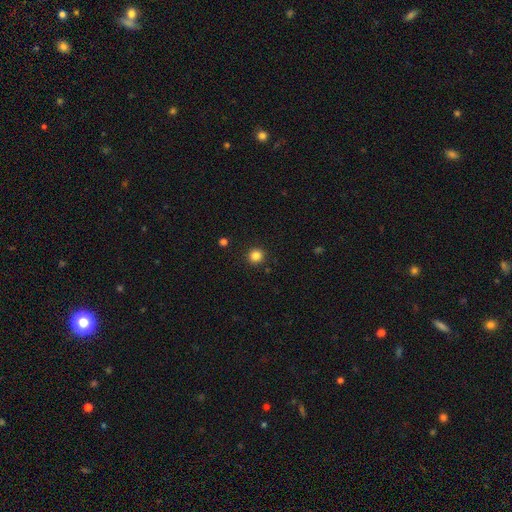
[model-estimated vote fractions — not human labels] Smooth or featured?
  - smooth: 83% *
  - star or artifact: 12%
  - featured or disk: 4%
How rounded?
  - round: 94% *
  - in between: 5%
  - cigar-shaped: 1%
Merging?
  - none: 92% *
  - minor disturbance: 5%
  - major disturbance: 2%
  - merger: 1%